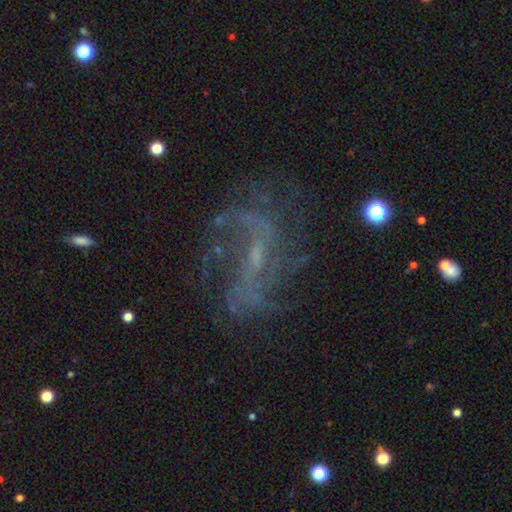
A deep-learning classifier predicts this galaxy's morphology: Smooth or featured? Predicted: featured or disk (p=0.74). Edge-on disk? Predicted: no (p=0.93). Bar? Predicted: weak (p=0.40). Spiral arms? Predicted: yes (p=0.80). Spiral winding? Predicted: loose (p=0.66). Spiral arm count? Predicted: 2 (p=0.50). Bulge size? Predicted: small (p=0.62). Merging? Predicted: none (p=0.56).